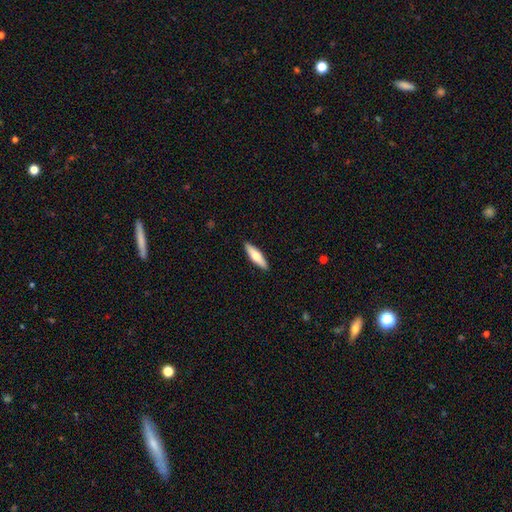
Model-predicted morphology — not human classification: type=smooth (60%); roundness=cigar-shaped (69%); merging=none (91%).